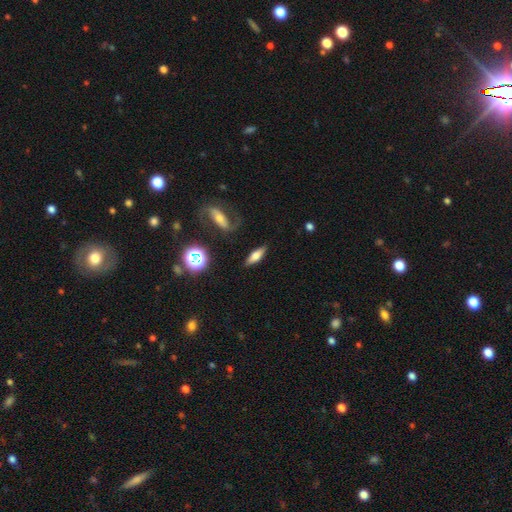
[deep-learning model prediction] smooth-or-featured: smooth: 51% | featured or disk: 39% | star or artifact: 10%
  how-rounded: cigar-shaped: 49% | in between: 47% | round: 4%
  merging: none: 81% | minor disturbance: 12% | major disturbance: 4% | merger: 3%